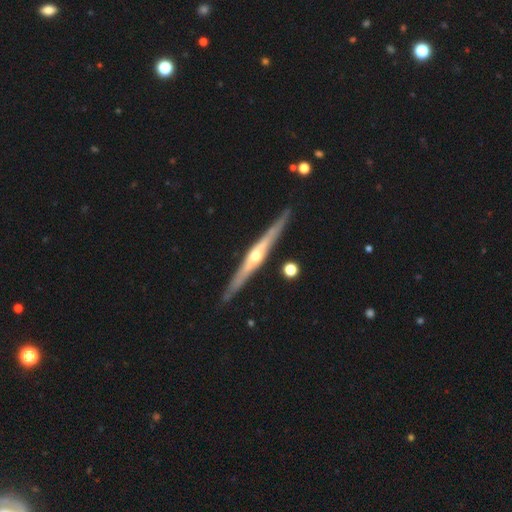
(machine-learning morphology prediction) A featured or disk galaxy (83%) viewed edge-on (98%) with a rounded central bulge (86%). Merging: none (90%).